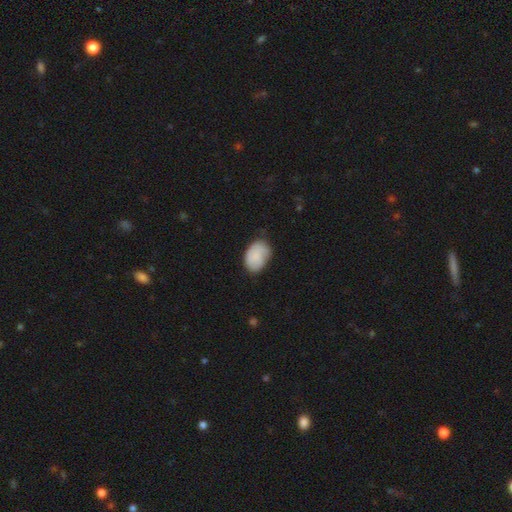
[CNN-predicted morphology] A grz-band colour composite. It shows a smooth galaxy with no disk features (77%) that is in between round and cigar-shaped (83%). Merging: none (59%).